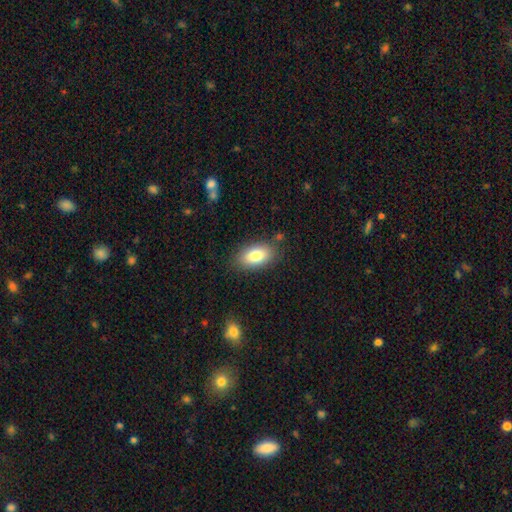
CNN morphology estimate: smooth-or-featured: smooth: 82% | featured or disk: 11% | star or artifact: 7%
  how-rounded: in between: 92% | round: 5% | cigar-shaped: 3%
  merging: none: 82% | minor disturbance: 13% | major disturbance: 3% | merger: 2%